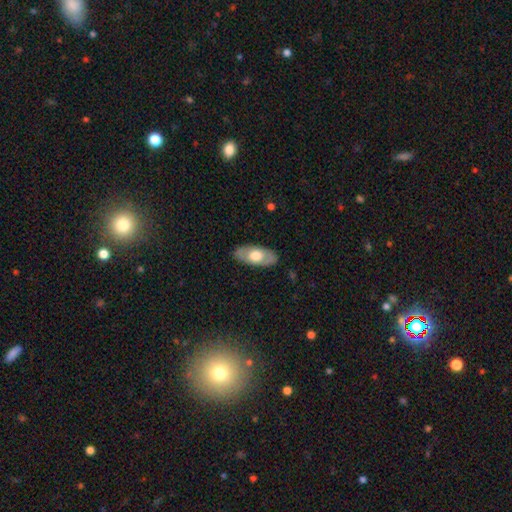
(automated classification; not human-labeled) Morphology: type=smooth (55%); roundness=in between (89%); merging=none (85%).